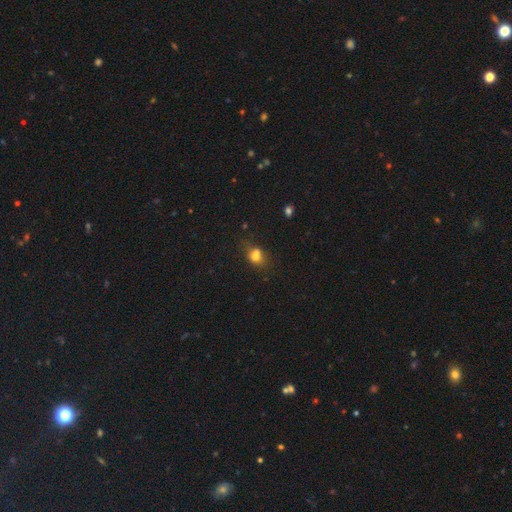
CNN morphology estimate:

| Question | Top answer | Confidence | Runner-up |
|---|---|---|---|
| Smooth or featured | smooth | 70% | featured or disk (15%) |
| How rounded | in between | 56% | round (41%) |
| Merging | none | 42% | merger (34%) |